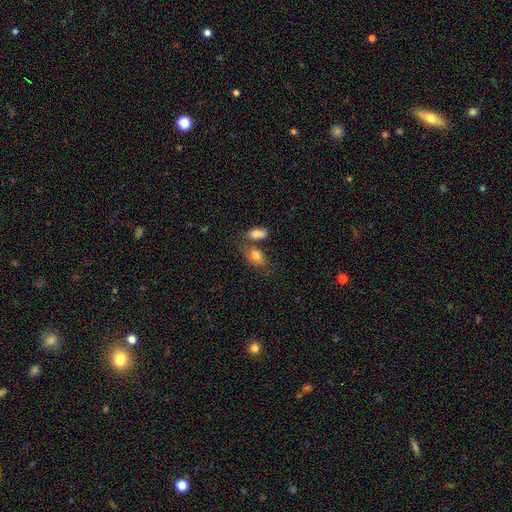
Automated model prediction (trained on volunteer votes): Smooth or featured: smooth — 78% (featured or disk — 14%)
How rounded: in between — 88% (round — 9%)
Merging: none — 47% (merger — 32%)